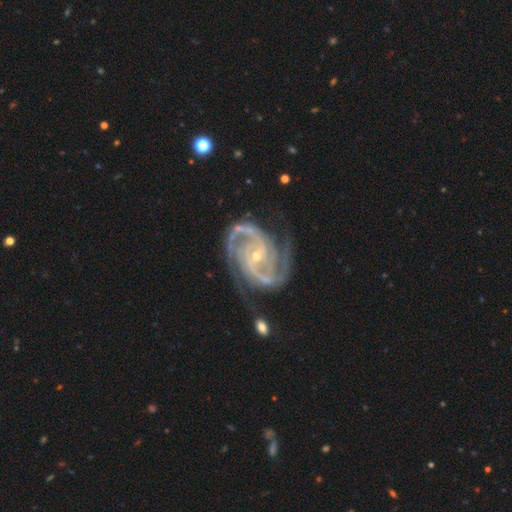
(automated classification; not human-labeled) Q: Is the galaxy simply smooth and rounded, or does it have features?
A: featured or disk — 94%.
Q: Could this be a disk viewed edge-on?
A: no — 98%.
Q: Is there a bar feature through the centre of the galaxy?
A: no — 41%.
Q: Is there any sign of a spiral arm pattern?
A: yes — 99%.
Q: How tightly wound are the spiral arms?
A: medium — 52%.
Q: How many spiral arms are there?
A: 2 — 63%.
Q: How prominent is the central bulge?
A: small — 78%.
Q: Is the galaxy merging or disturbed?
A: none — 70%.